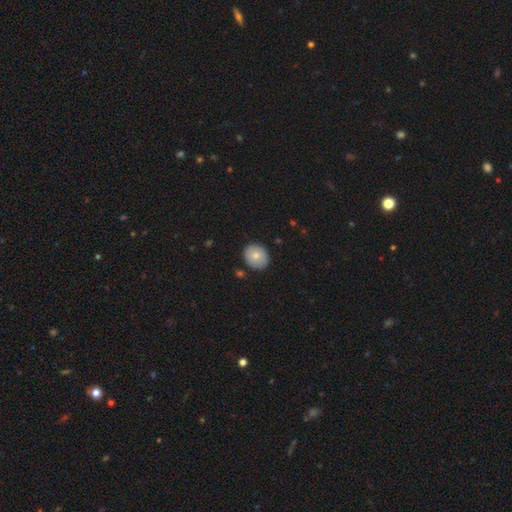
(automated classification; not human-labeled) Smooth or featured? Predicted: smooth (p=0.76). How rounded? Predicted: round (p=0.71). Merging? Predicted: none (p=0.85).